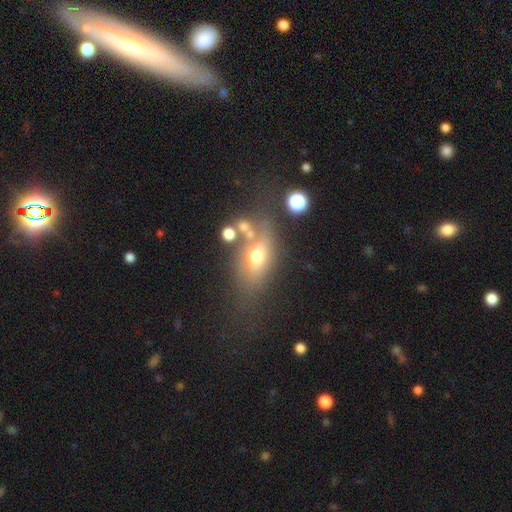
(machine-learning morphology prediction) This appears to be a smooth galaxy with no disk features (56%) that is in between round and cigar-shaped (68%). Merging: none (48%).